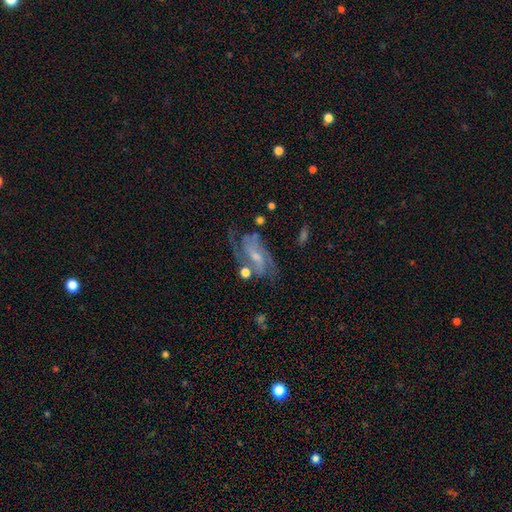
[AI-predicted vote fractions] smooth-or-featured: featured or disk: 84% | smooth: 9% | star or artifact: 7%
  disk-edge-on: no: 95% | yes: 5%
    bar: weak: 47% | no: 34% | strong: 20%
    has-spiral-arms: yes: 95% | no: 5%
      spiral-winding: medium: 49% | tight: 34% | loose: 17%
      spiral-arm-count: 2: 61% | 3: 15% | can't tell: 13% | 4: 4% | 1: 4% | more than 4: 3%
    bulge-size: small: 57% | moderate: 31% | none: 8% | large: 2% | dominant: 1%
  merging: none: 61% | minor disturbance: 19% | major disturbance: 13% | merger: 7%